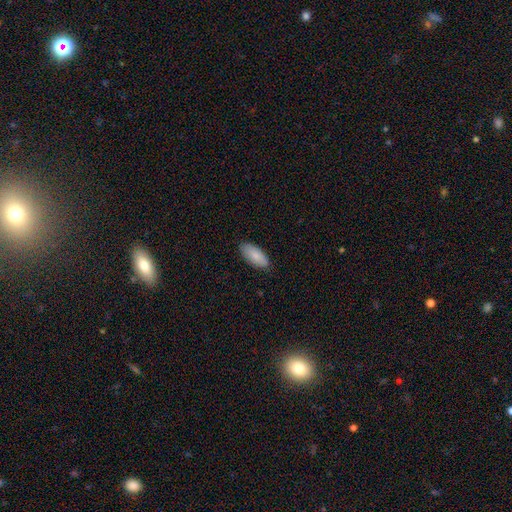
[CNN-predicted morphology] This appears to be a smooth galaxy with no disk features (84%) that is in between round and cigar-shaped (90%). Merging: none (85%).